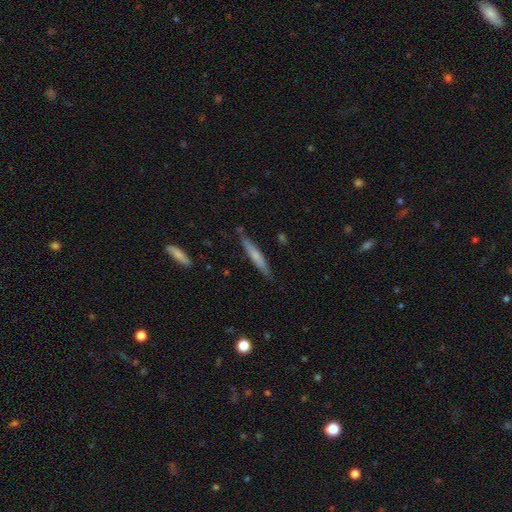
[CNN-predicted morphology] Smooth or featured: smooth — 56% (featured or disk — 38%)
How rounded: cigar-shaped — 94% (in between — 4%)
Merging: none — 83% (minor disturbance — 12%)